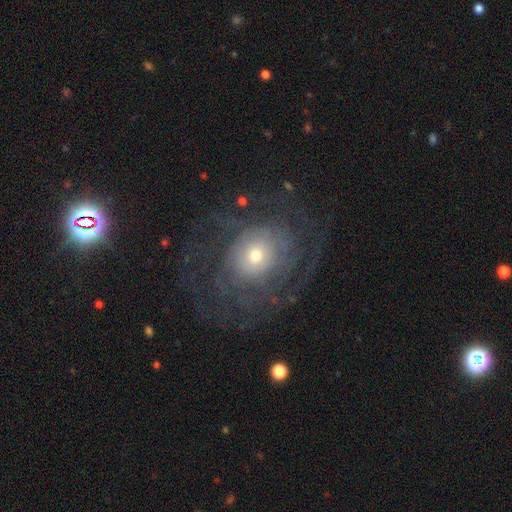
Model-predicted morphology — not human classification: Smooth or featured?
  - featured or disk: 70% *
  - smooth: 20%
  - star or artifact: 10%
Edge-on disk?
  - no: 96% *
  - yes: 4%
Bar?
  - no: 84% *
  - weak: 13%
  - strong: 3%
Spiral arms?
  - yes: 79% *
  - no: 21%
Spiral winding?
  - tight: 54% *
  - medium: 28%
  - loose: 18%
Spiral arm count?
  - can't tell: 47% *
  - 2: 15%
  - 3: 11%
  - more than 4: 9%
  - 4: 9%
  - 1: 8%
Bulge size?
  - moderate: 50% *
  - small: 41%
  - large: 7%
  - dominant: 2%
  - none: 1%
Merging?
  - none: 63% *
  - major disturbance: 20%
  - minor disturbance: 15%
  - merger: 2%